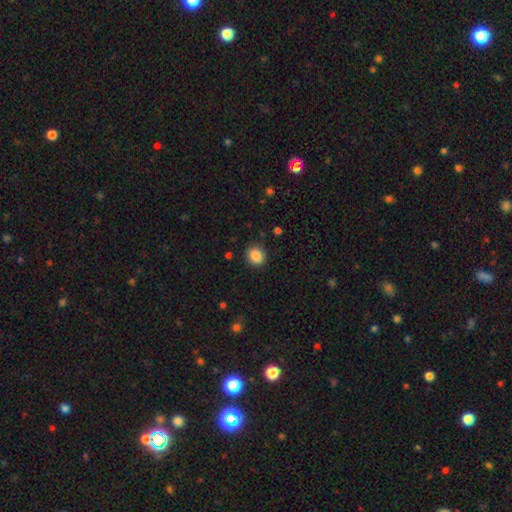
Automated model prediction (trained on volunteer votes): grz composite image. It shows a smooth galaxy with no disk features (87%) that is round (78%). Merging: none (89%).